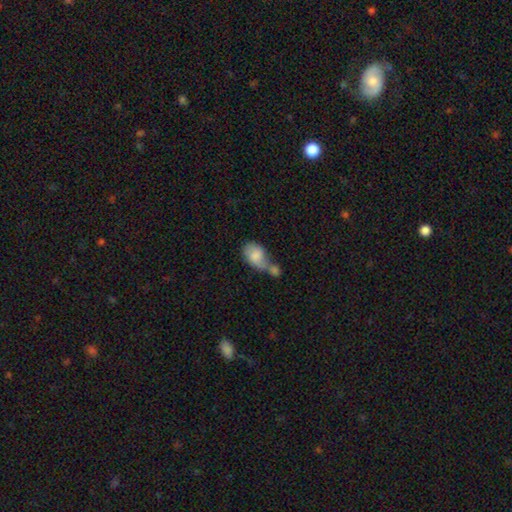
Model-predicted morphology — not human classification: smooth-or-featured: smooth: 77% | featured or disk: 16% | star or artifact: 7%
  how-rounded: in between: 84% | round: 14% | cigar-shaped: 2%
  merging: merger: 60% | none: 17% | minor disturbance: 12% | major disturbance: 10%